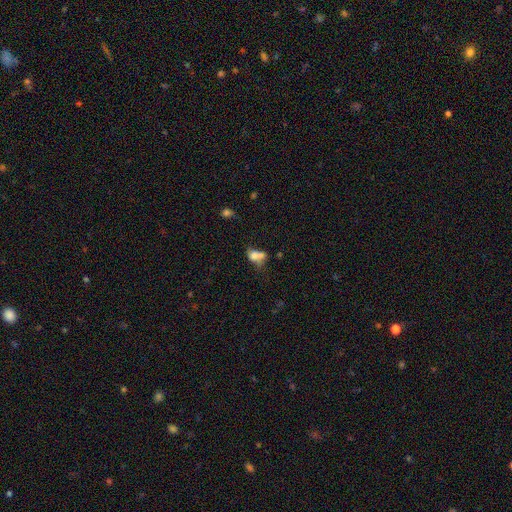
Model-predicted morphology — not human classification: smooth-or-featured: smooth: 68% | featured or disk: 19% | star or artifact: 13%
  how-rounded: in between: 71% | round: 26% | cigar-shaped: 3%
  merging: merger: 42% | none: 23% | minor disturbance: 18% | major disturbance: 17%